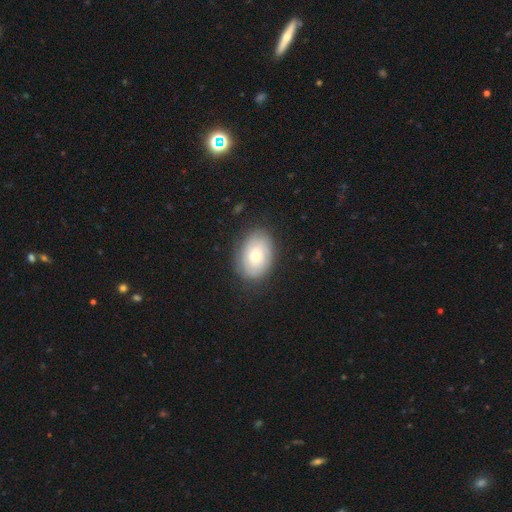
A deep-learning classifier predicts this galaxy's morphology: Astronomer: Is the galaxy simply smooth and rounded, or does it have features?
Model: smooth — 55% (runner-up: featured or disk, 38%).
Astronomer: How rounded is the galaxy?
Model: in between — 76%.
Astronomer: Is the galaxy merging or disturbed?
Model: none — 80%.